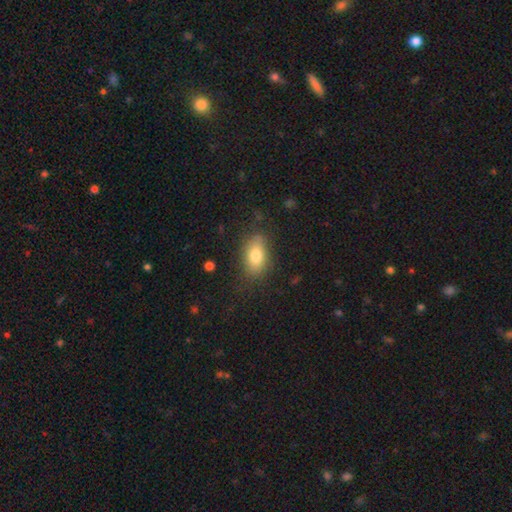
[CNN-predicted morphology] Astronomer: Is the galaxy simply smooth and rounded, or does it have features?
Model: smooth — 79%.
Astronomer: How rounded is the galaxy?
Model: in between — 88%.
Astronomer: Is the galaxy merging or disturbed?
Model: none — 78%.